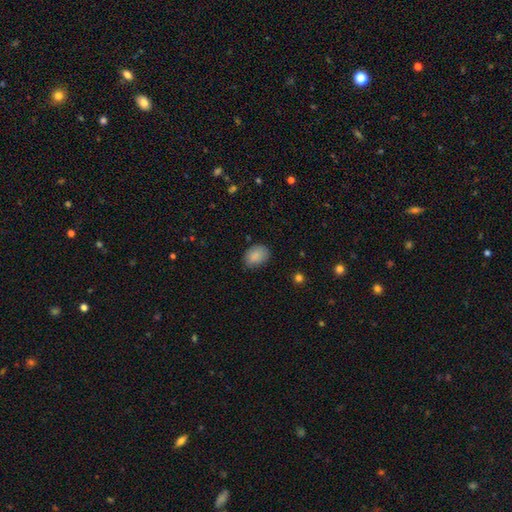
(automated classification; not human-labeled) Smooth or featured? Predicted: smooth (p=0.87). How rounded? Predicted: in between (p=0.77). Merging? Predicted: none (p=0.77).